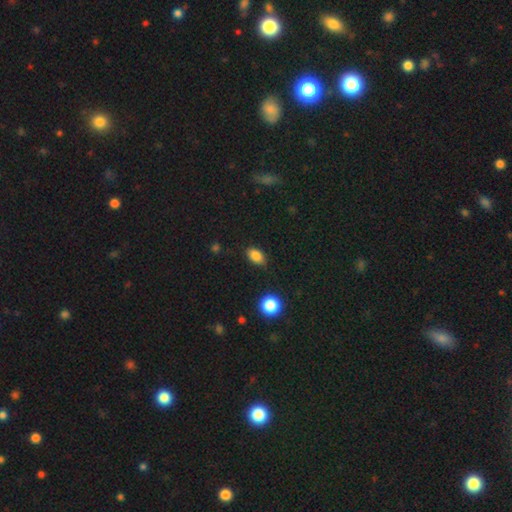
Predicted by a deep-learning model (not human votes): Q: Smooth or featured?
A: smooth (85%); runner-up: star or artifact (10%)
Q: How rounded?
A: in between (86%); runner-up: round (12%)
Q: Merging?
A: none (85%); runner-up: minor disturbance (11%)